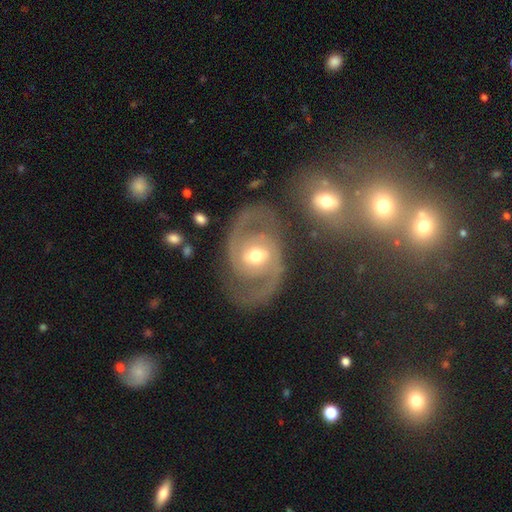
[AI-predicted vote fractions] smooth_or_featured: featured or disk (p=0.87) [alt: smooth p=0.08]
disk_edge_on: no (p=0.97) [alt: yes p=0.03]
bar: weak (p=0.46) [alt: no p=0.32]
has_spiral_arms: yes (p=0.93) [alt: no p=0.07]
spiral_winding: medium (p=0.55) [alt: tight p=0.28]
spiral_arm_count: 2 (p=0.91) [alt: can't tell p=0.03]
bulge_size: moderate (p=0.73) [alt: small p=0.14]
merging: none (p=0.73) [alt: minor disturbance p=0.14]